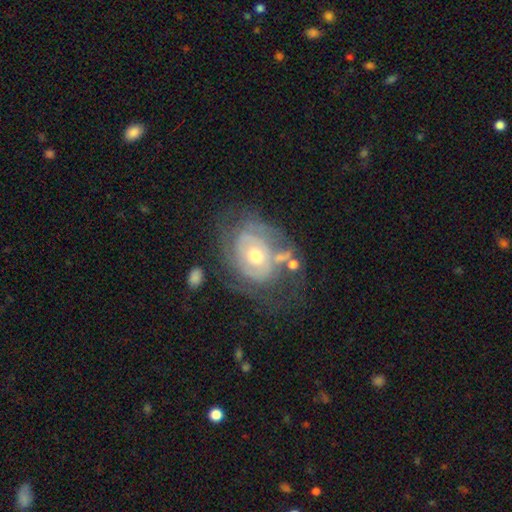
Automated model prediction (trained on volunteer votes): Smooth or featured?
  - featured or disk: 75% *
  - smooth: 18%
  - star or artifact: 7%
Edge-on disk?
  - no: 96% *
  - yes: 4%
Bar?
  - no: 77% *
  - weak: 18%
  - strong: 5%
Spiral arms?
  - yes: 70% *
  - no: 30%
Spiral winding?
  - tight: 65% *
  - medium: 25%
  - loose: 10%
Spiral arm count?
  - can't tell: 49% *
  - 2: 27%
  - 3: 10%
  - 1: 8%
  - 4: 4%
  - more than 4: 3%
Bulge size?
  - moderate: 71% *
  - small: 21%
  - large: 6%
  - none: 1%
  - dominant: 1%
Merging?
  - none: 51% *
  - minor disturbance: 23%
  - major disturbance: 19%
  - merger: 7%